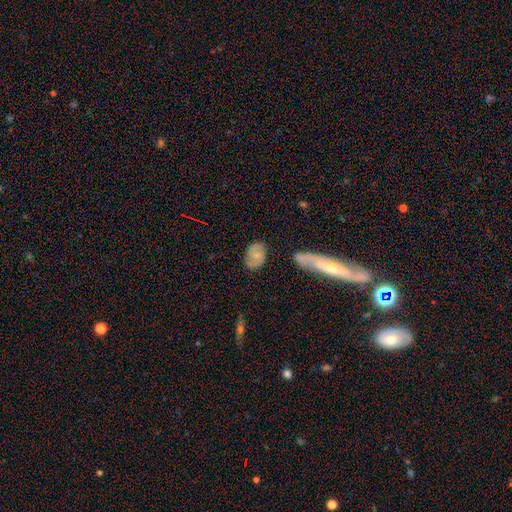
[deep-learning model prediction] This appears to be a featured or disk galaxy (51%). Merging: none (77%).